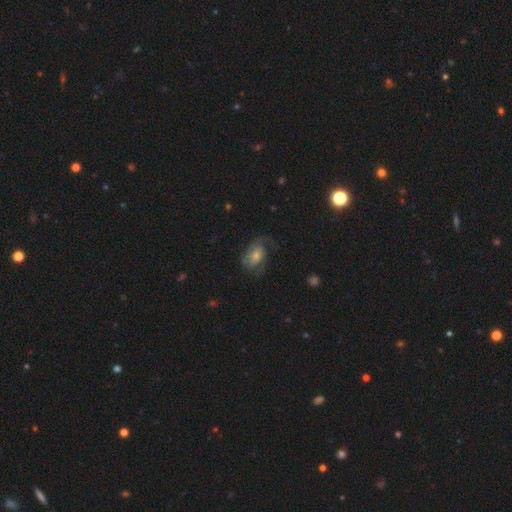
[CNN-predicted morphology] A featured or disk galaxy (56%) with no bar (70%), spiral arms (82%) and a moderate central bulge (44%).

Vote fractions:
- Smooth or featured? featured or disk: 56% / smooth: 36% / star or artifact: 8%
- Edge-on disk? no: 96% / yes: 4%
- Bar? no: 70% / weak: 25% / strong: 5%
- Spiral arms? yes: 82% / no: 18%
- Bulge size? moderate: 44% / small: 42% / large: 8% / none: 4% / dominant: 2%
- Merging? none: 46% / major disturbance: 29% / minor disturbance: 24% / merger: 2%